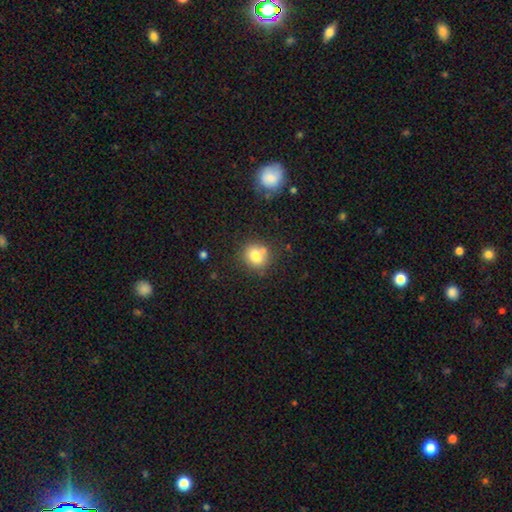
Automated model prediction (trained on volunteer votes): smooth-or-featured: smooth: 77% | star or artifact: 12% | featured or disk: 12%
  how-rounded: round: 83% | in between: 16% | cigar-shaped: 1%
  merging: none: 71% | minor disturbance: 13% | merger: 12% | major disturbance: 4%